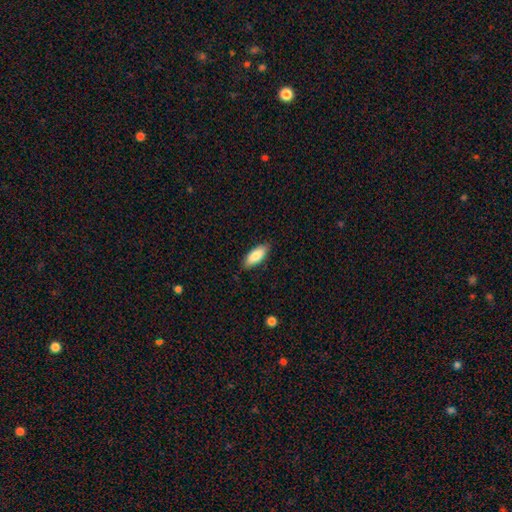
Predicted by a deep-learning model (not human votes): Smooth or featured?
  - smooth: 84% *
  - featured or disk: 11%
  - star or artifact: 6%
How rounded?
  - in between: 82% *
  - cigar-shaped: 17%
  - round: 2%
Merging?
  - none: 84% *
  - minor disturbance: 12%
  - major disturbance: 2%
  - merger: 1%